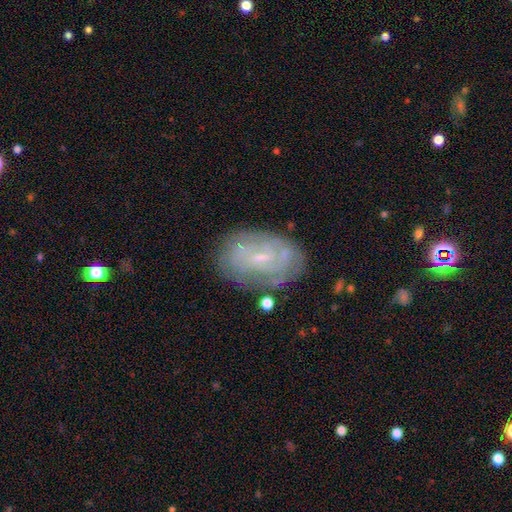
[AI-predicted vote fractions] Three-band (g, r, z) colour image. It shows a featured or disk galaxy (66%) with no bar (52%), spiral arms (76%) and a small central bulge (76%). Merging: none (75%).